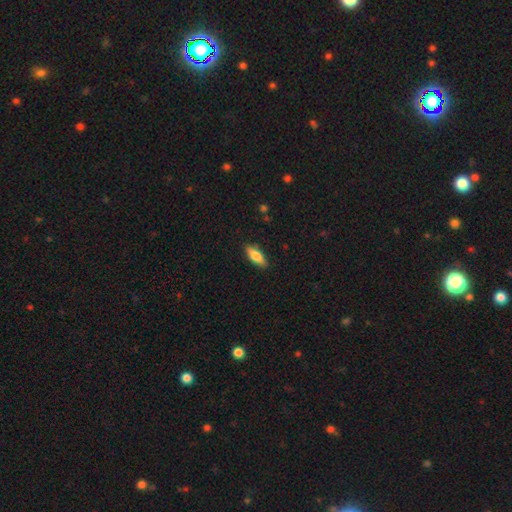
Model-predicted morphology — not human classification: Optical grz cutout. It shows a smooth galaxy with no disk features (75%) that is in between round and cigar-shaped (67%). Merging: none (86%).